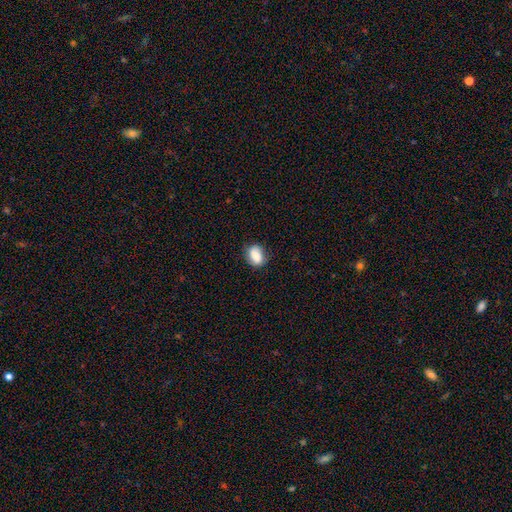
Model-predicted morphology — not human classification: Smooth or featured? smooth (80%)
How rounded? in between (72%)
Merging? none (73%)